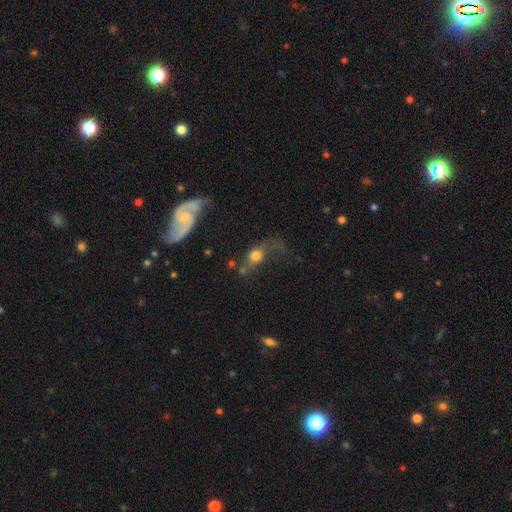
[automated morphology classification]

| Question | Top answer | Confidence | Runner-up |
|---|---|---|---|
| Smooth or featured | smooth | 52% | featured or disk (35%) |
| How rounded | round | 55% | in between (39%) |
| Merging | major disturbance | 40% | none (28%) |